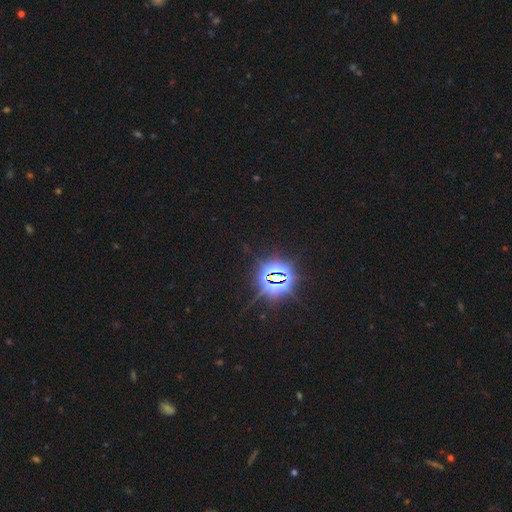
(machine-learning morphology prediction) Smooth or featured? star or artifact (83%)